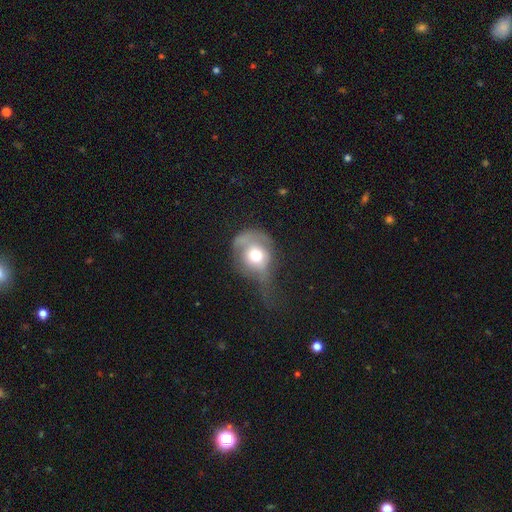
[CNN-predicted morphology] This is possibly a smooth galaxy (58%). How rounded: likely round (70%). Merging: possibly major disturbance (48%).